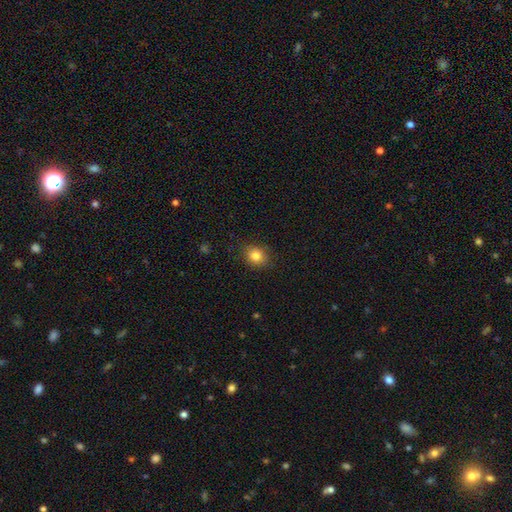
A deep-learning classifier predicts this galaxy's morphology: Smooth or featured? smooth (83%)
How rounded? round (64%)
Merging? none (83%)